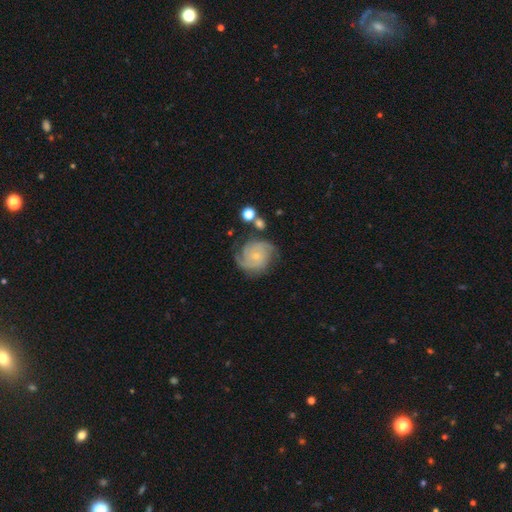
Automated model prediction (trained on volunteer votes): A featured or disk galaxy (85%) with no bar (76%), 2 (34%) tight (57%) spiral arms (97%) and a small central bulge (80%).

Vote fractions:
- Smooth or featured? featured or disk: 85% / smooth: 9% / star or artifact: 6%
- Edge-on disk? no: 98% / yes: 2%
- Bar? no: 76% / weak: 21% / strong: 4%
- Spiral arms? yes: 97% / no: 3%
- Spiral winding? tight: 57% / medium: 35% / loose: 8%
- Spiral arm count? 2: 34% / 3: 33% / can't tell: 14% / 4: 9% / 1: 5% / more than 4: 5%
- Bulge size? small: 80% / moderate: 14% / none: 4% / large: 1% / dominant: 1%
- Merging? none: 72% / minor disturbance: 17% / major disturbance: 7% / merger: 4%